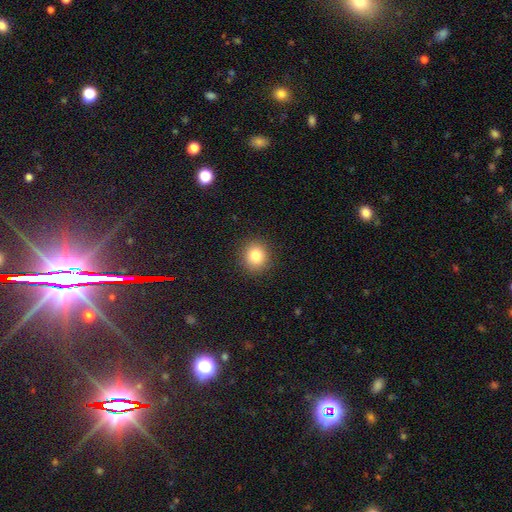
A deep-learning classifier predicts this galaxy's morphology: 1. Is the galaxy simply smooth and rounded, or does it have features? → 82% smooth, 11% star or artifact, 6% featured or disk.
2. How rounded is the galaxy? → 85% round, 14% in between, 1% cigar-shaped.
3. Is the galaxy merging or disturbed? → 91% none, 6% minor disturbance, 2% major disturbance, 1% merger.